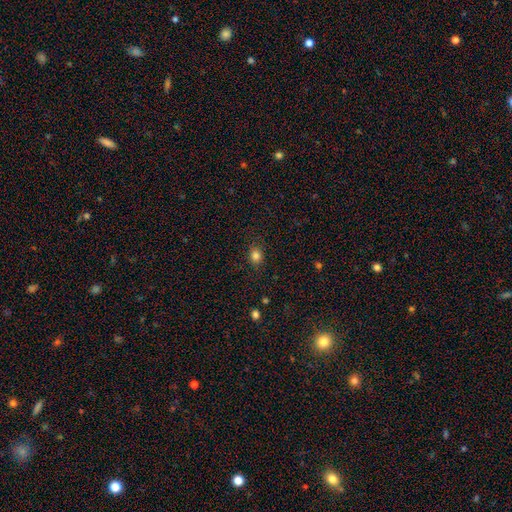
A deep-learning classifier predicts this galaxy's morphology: Smooth or featured? Predicted: smooth (p=0.83). How rounded? Predicted: round (p=0.62). Merging? Predicted: none (p=0.86).